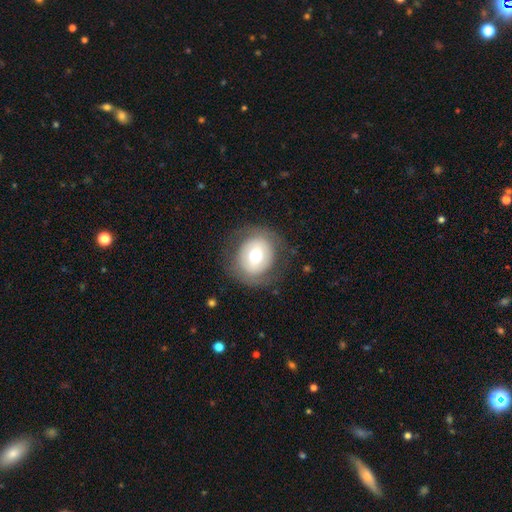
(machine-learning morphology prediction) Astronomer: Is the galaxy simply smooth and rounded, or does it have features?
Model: smooth — 55% (runner-up: featured or disk, 37%).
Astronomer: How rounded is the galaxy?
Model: round — 82%.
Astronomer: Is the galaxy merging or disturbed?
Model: none — 77%.